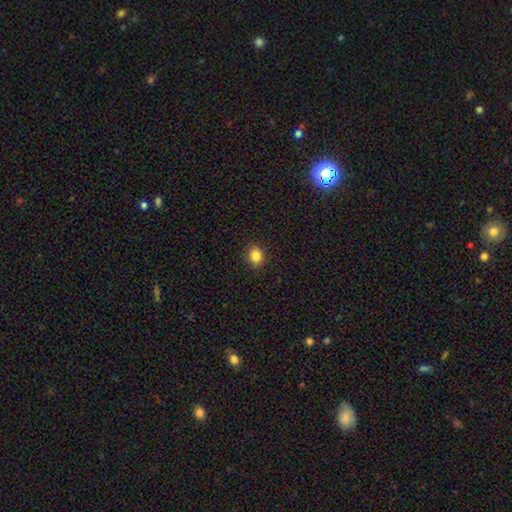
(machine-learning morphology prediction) A smooth galaxy with no disk features (84%) that is round (67%).

Vote fractions:
- Smooth or featured? smooth: 84% / star or artifact: 11% / featured or disk: 5%
- How rounded? round: 67% / in between: 32% / cigar-shaped: 1%
- Merging? none: 90% / minor disturbance: 7% / major disturbance: 2% / merger: 1%